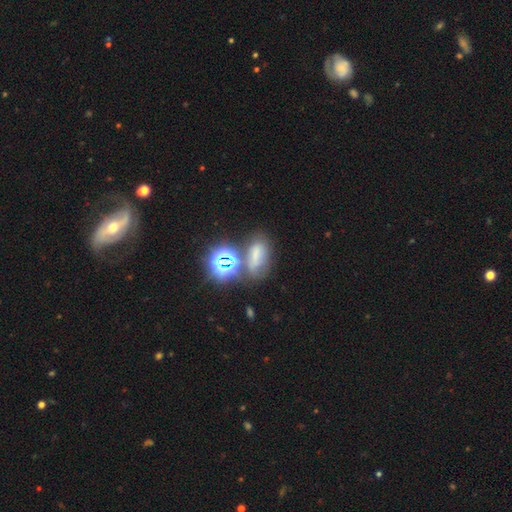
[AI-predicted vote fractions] This is possibly a smooth galaxy (48%). Merging: possibly none (51%).